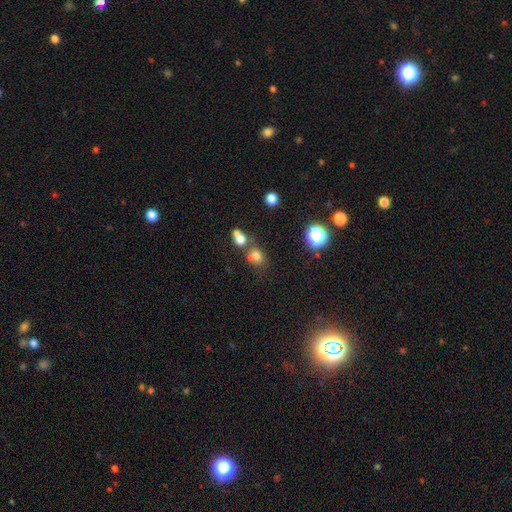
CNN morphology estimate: Smooth or featured? Predicted: smooth (p=0.70). How rounded? Predicted: round (p=0.61). Merging? Predicted: none (p=0.47).